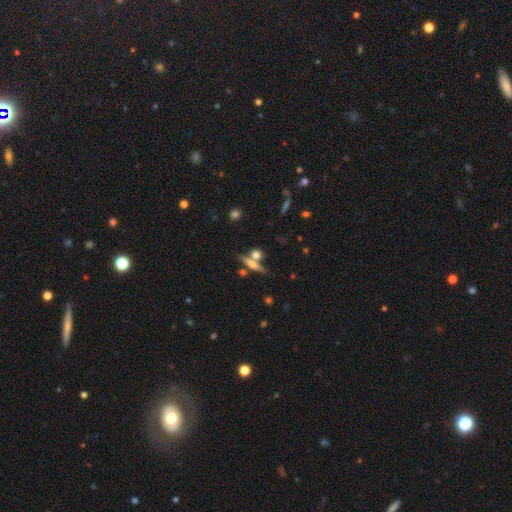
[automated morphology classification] smooth_or_featured: smooth (p=0.52) [alt: featured or disk p=0.37]
how_rounded: cigar-shaped (p=0.61) [alt: in between p=0.21]
merging: none (p=0.61) [alt: merger p=0.26]